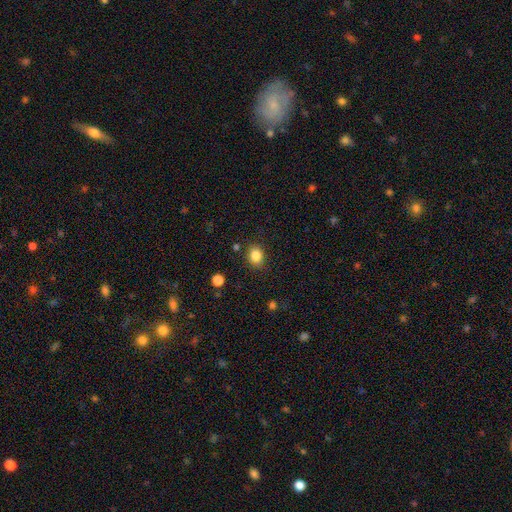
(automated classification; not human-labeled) Smooth or featured? Predicted: smooth (p=0.85). How rounded? Predicted: round (p=0.55). Merging? Predicted: none (p=0.85).